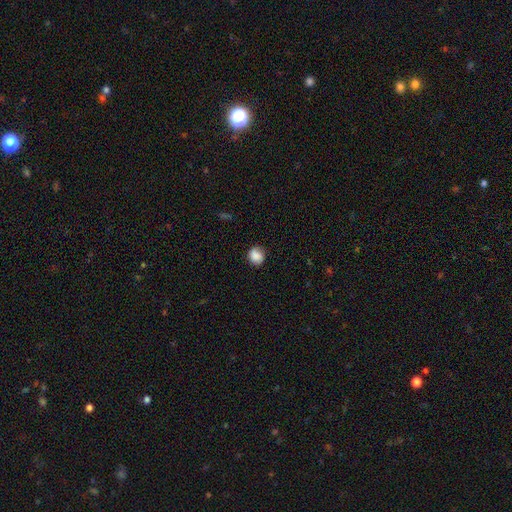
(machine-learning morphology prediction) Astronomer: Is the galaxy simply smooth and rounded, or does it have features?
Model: smooth — 84%.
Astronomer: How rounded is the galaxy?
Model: round — 77%.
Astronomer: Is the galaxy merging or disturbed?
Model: none — 77%.